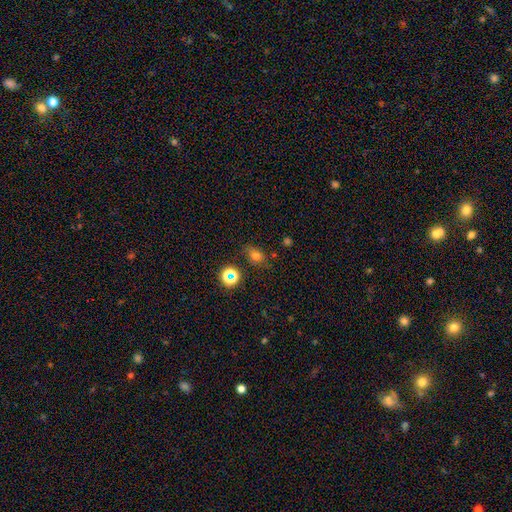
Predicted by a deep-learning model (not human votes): smooth_or_featured: smooth (p=0.69) [alt: star or artifact p=0.21]
how_rounded: in between (p=0.57) [alt: round p=0.41]
merging: none (p=0.70) [alt: minor disturbance p=0.20]